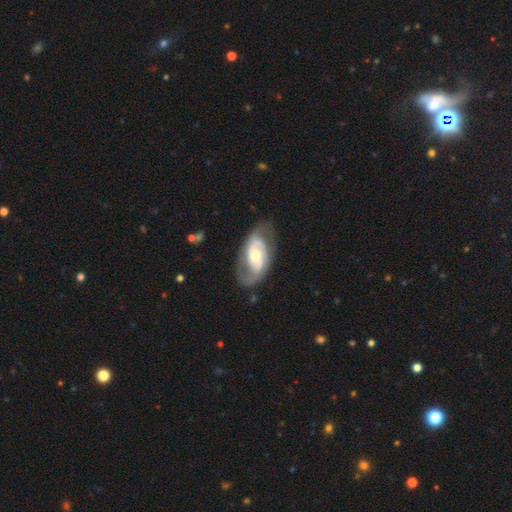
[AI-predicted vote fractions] This appears to be a featured or disk galaxy (77%) with no bar (62%), 2 (78%) medium (45%) spiral arms (83%) and a moderate central bulge (56%). Merging: none (67%).